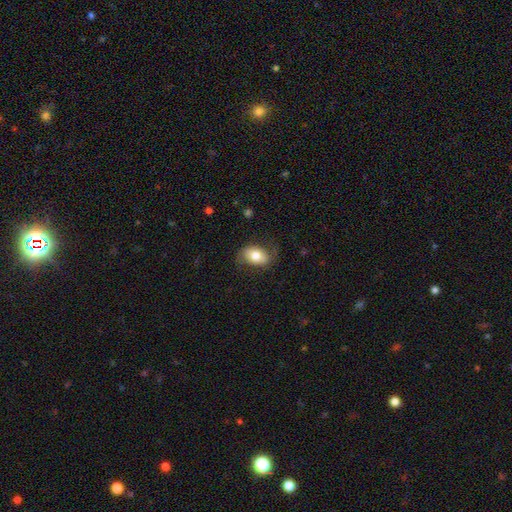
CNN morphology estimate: smooth-or-featured: smooth: 71% | featured or disk: 22% | star or artifact: 7%
  how-rounded: in between: 85% | round: 13% | cigar-shaped: 1%
  merging: none: 70% | minor disturbance: 20% | major disturbance: 9% | merger: 1%